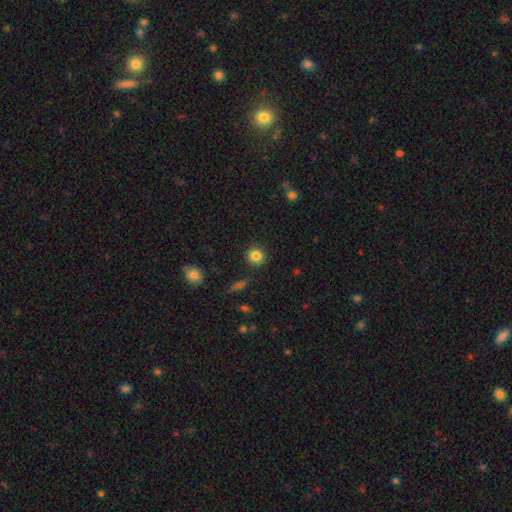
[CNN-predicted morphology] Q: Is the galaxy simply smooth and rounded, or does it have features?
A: smooth — 84%.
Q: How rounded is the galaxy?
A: round — 92%.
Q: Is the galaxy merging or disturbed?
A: none — 90%.